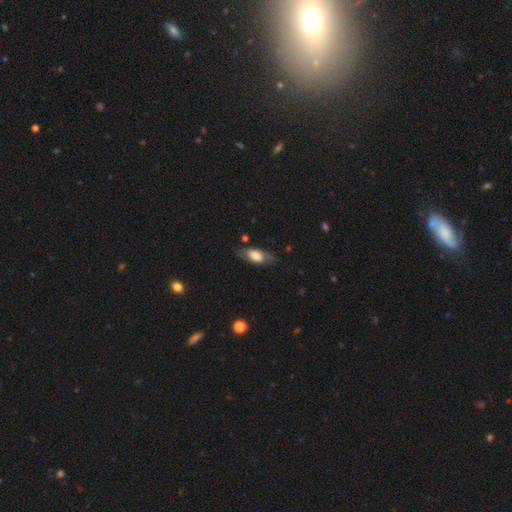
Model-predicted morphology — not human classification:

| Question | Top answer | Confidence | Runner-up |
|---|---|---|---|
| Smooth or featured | smooth | 63% | featured or disk (30%) |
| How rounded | in between | 78% | cigar-shaped (18%) |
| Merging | none | 73% | minor disturbance (18%) |